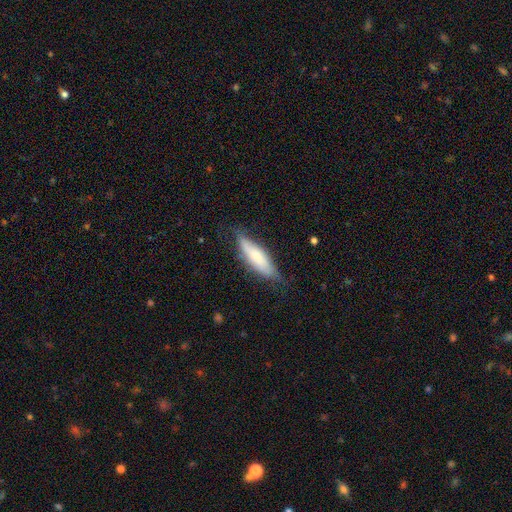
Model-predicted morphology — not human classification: smooth 66%, featured or disk 27%, star or artifact 7%. Down the decision tree: how rounded — cigar-shaped (60%); merging — none (70%).